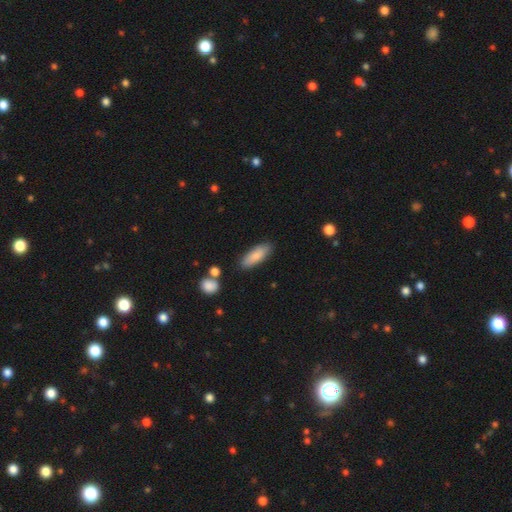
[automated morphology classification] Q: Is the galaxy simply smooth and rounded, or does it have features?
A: smooth — 83%.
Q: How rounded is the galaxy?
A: in between — 61%.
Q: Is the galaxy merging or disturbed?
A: none — 83%.